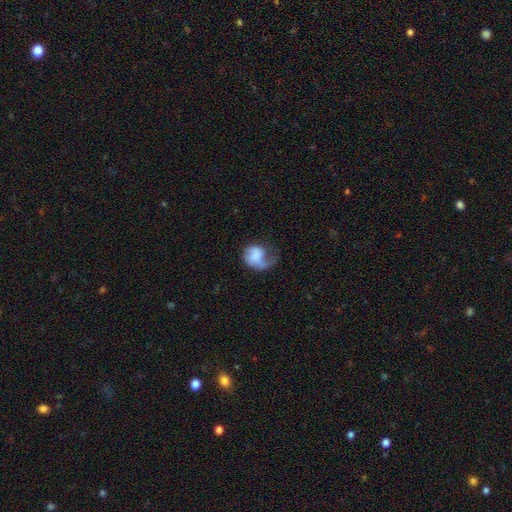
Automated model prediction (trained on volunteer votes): A smooth galaxy with no disk features (57%) that is round (56%).

Vote fractions:
- Smooth or featured? smooth: 57% / featured or disk: 35% / star or artifact: 8%
- How rounded? round: 56% / in between: 43% / cigar-shaped: 1%
- Merging? major disturbance: 50% / minor disturbance: 24% / none: 23% / merger: 3%